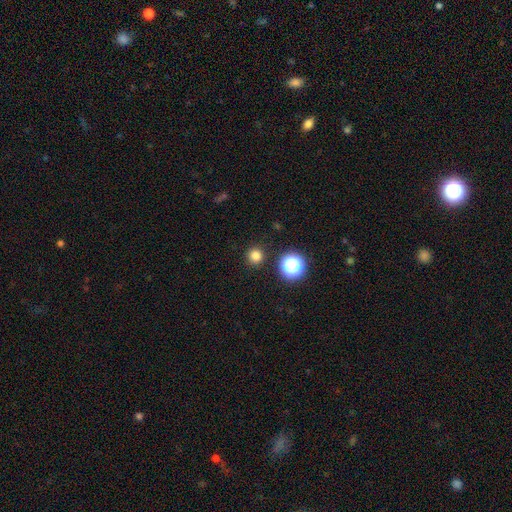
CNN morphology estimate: Overall: smooth (79%). How rounded: round (95%). Merging: none (91%).